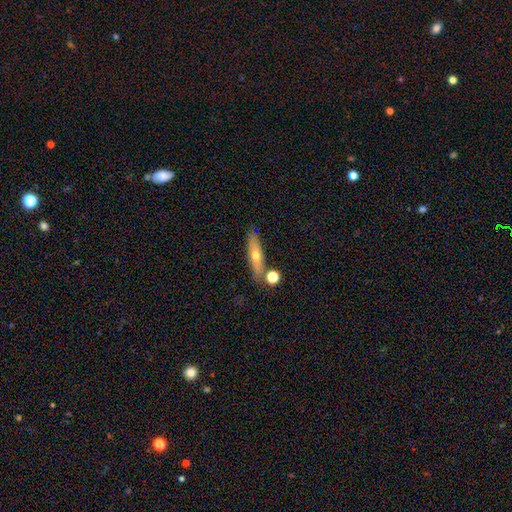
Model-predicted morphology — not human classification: Smooth or featured?
  - smooth: 51% *
  - featured or disk: 41%
  - star or artifact: 8%
How rounded?
  - cigar-shaped: 70% *
  - in between: 26%
  - round: 4%
Merging?
  - none: 76% *
  - minor disturbance: 12%
  - merger: 9%
  - major disturbance: 3%